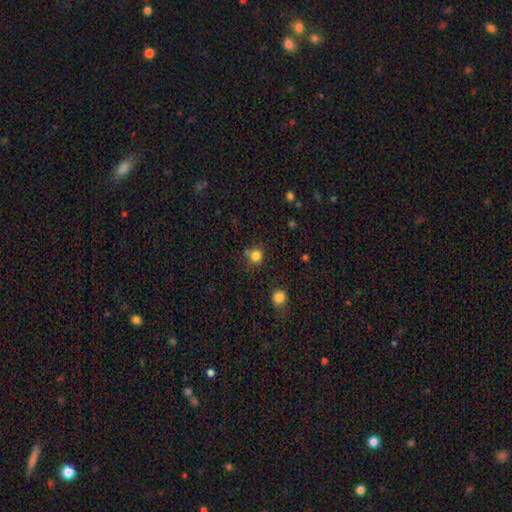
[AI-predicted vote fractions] smooth 81%, star or artifact 13%, featured or disk 5%. Down the decision tree: how rounded — round (85%); merging — none (71%).